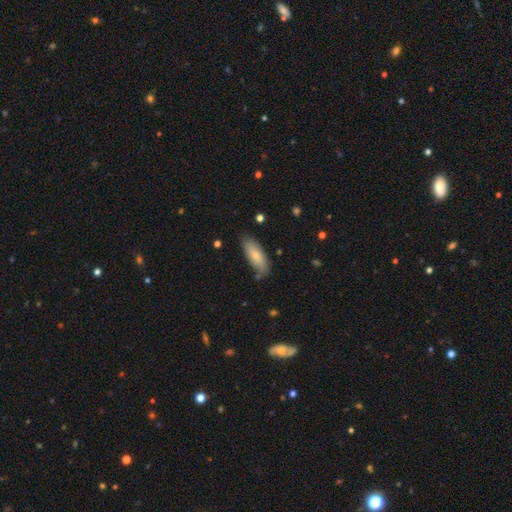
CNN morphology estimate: smooth-or-featured: smooth: 75% | featured or disk: 19% | star or artifact: 6%
  how-rounded: in between: 74% | cigar-shaped: 25% | round: 2%
  merging: none: 73% | minor disturbance: 20% | major disturbance: 4% | merger: 3%